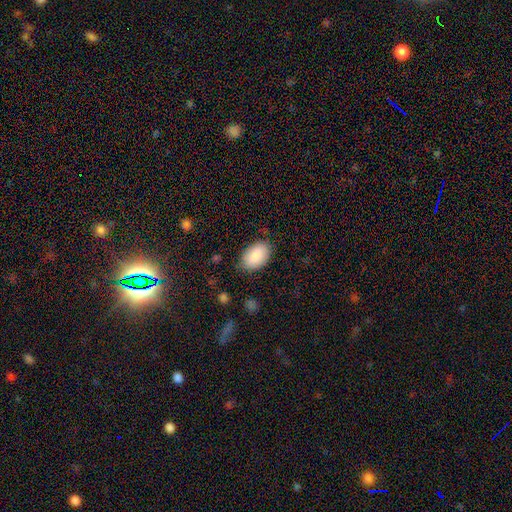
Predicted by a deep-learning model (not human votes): smooth-or-featured: smooth: 88% | featured or disk: 6% | star or artifact: 6%
  how-rounded: in between: 92% | round: 7% | cigar-shaped: 1%
  merging: none: 81% | minor disturbance: 15% | major disturbance: 3% | merger: 1%